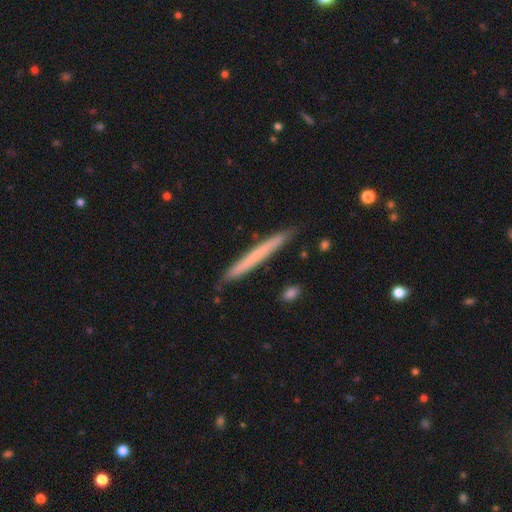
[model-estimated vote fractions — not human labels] Morphology: type=smooth (59%); roundness=cigar-shaped (97%); merging=none (88%).